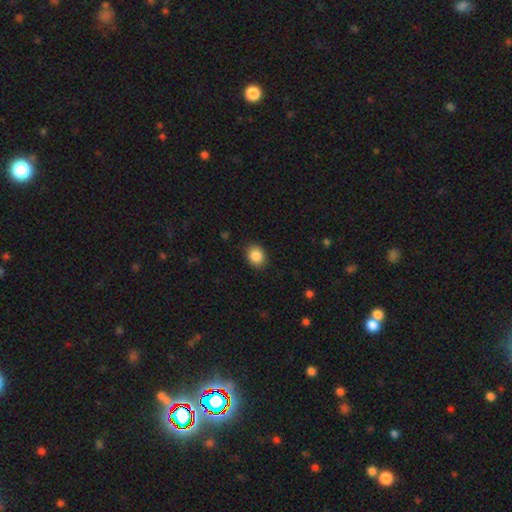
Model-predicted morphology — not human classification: Overall: smooth (87%). How rounded: round (58%; in between 41%). Merging: none (87%).